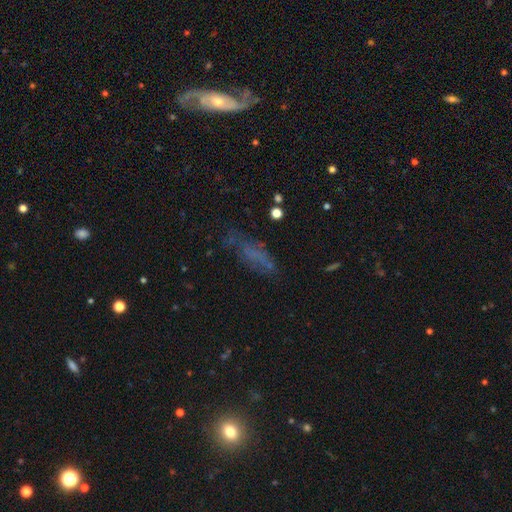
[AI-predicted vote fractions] This appears to be a smooth galaxy with no disk features (48%). Merging: none (54%).